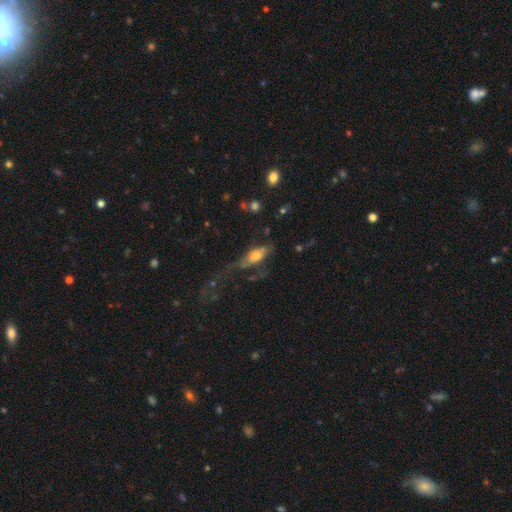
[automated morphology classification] Overall: smooth (54%; featured or disk 38%). How rounded: in between (71%). Merging: major disturbance (43%; none 27%).